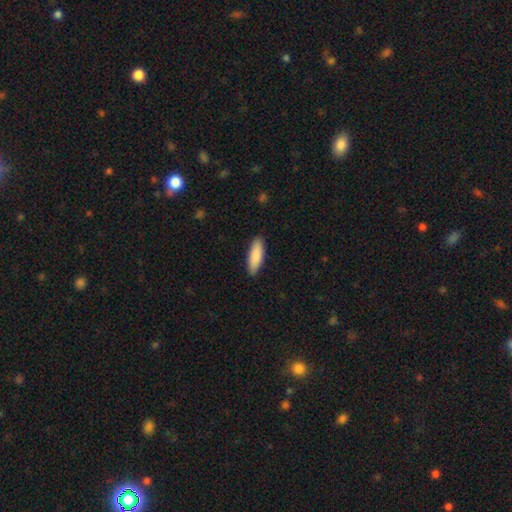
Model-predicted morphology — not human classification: smooth 88%, featured or disk 6%, star or artifact 5%. Down the decision tree: how rounded — in between (57%); merging — none (88%).